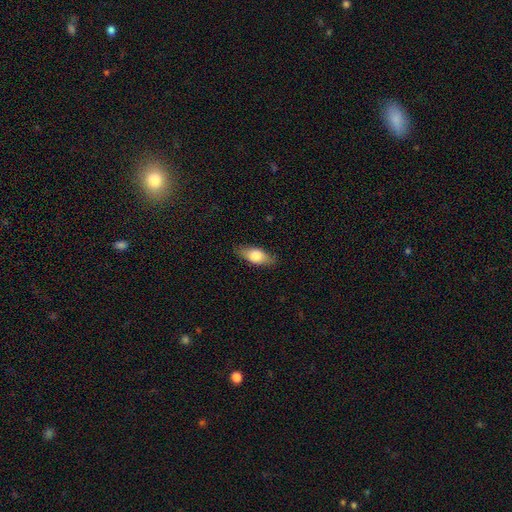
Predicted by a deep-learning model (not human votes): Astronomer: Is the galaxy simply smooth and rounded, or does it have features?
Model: smooth — 73%.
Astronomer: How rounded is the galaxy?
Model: in between — 82%.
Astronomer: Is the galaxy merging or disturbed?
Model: none — 83%.